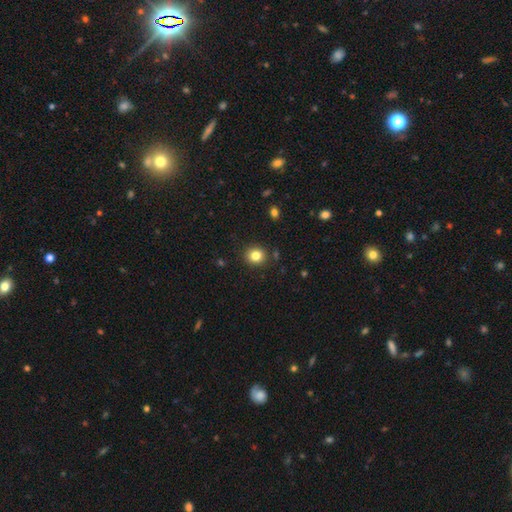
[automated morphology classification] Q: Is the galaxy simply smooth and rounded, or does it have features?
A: smooth — 82%.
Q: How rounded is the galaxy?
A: round — 83%.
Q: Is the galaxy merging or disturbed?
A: none — 89%.